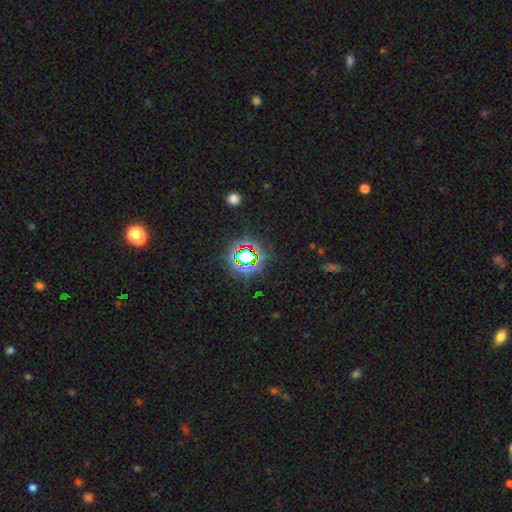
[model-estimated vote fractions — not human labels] A star or artifact, not a galaxy (77%).

Vote fractions:
- Smooth or featured? star or artifact: 77% / smooth: 14% / featured or disk: 9%